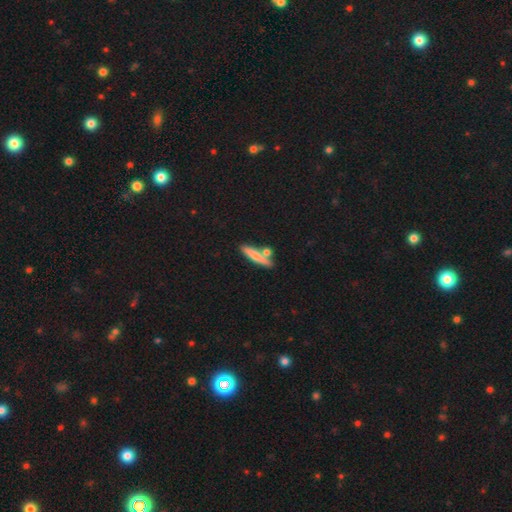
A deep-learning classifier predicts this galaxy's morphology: Smooth or featured: smooth — 70% (featured or disk — 23%)
How rounded: cigar-shaped — 83% (in between — 13%)
Merging: none — 68% (merger — 17%)